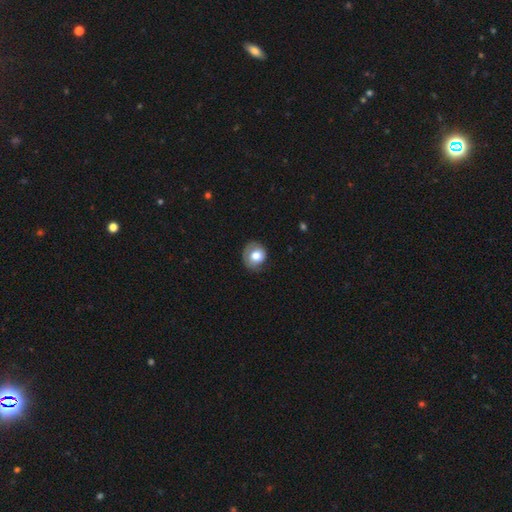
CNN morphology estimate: Smooth or featured: smooth — 69% (featured or disk — 23%)
How rounded: round — 81% (in between — 18%)
Merging: none — 64% (minor disturbance — 24%)